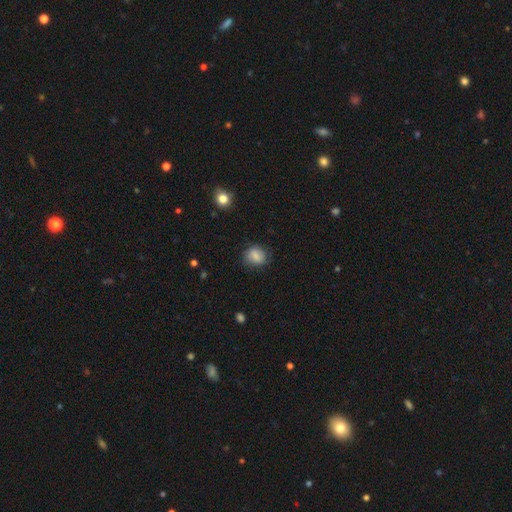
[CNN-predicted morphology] The model was most divided on "how rounded": round: 59%, in between: 39%, cigar-shaped: 1%. More confident: smooth or featured — smooth (79%); merging — none (72%).